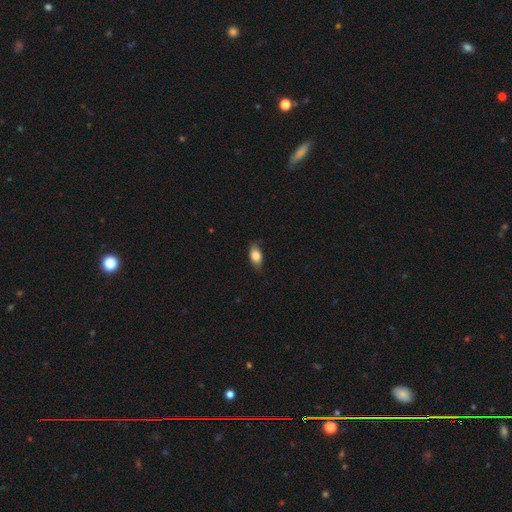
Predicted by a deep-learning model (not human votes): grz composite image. It shows a smooth galaxy with no disk features (80%) that is in between round and cigar-shaped (86%). Merging: none (75%).